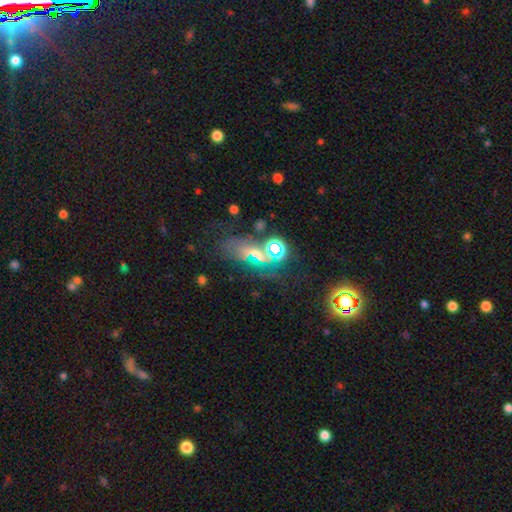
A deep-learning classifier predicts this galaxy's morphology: Smooth or featured: star or artifact — 42% (smooth — 34%)